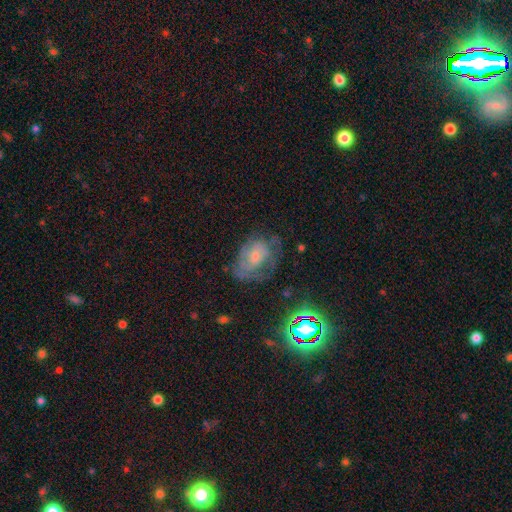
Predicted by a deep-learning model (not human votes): A featured or disk galaxy (57%) with no bar (68%), spiral arms (73%) and a small central bulge (58%).

Vote fractions:
- Smooth or featured? featured or disk: 57% / smooth: 27% / star or artifact: 17%
- Edge-on disk? no: 96% / yes: 4%
- Bar? no: 68% / weak: 26% / strong: 5%
- Spiral arms? yes: 73% / no: 27%
- Bulge size? small: 58% / moderate: 33% / none: 6% / large: 3% / dominant: 1%
- Merging? none: 54% / minor disturbance: 25% / major disturbance: 19% / merger: 2%